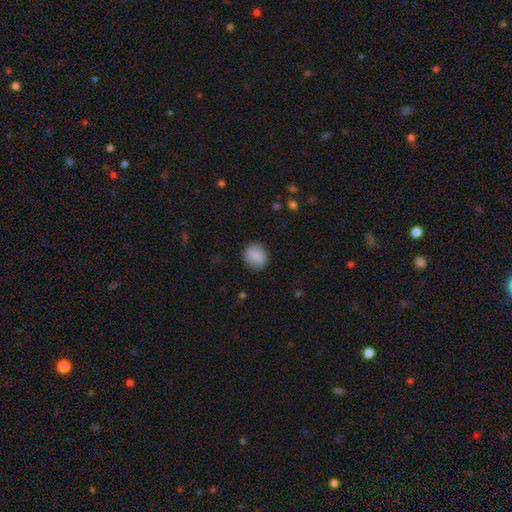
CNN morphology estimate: A smooth galaxy with no disk features (78%) that is round (69%). Merging: none (87%).